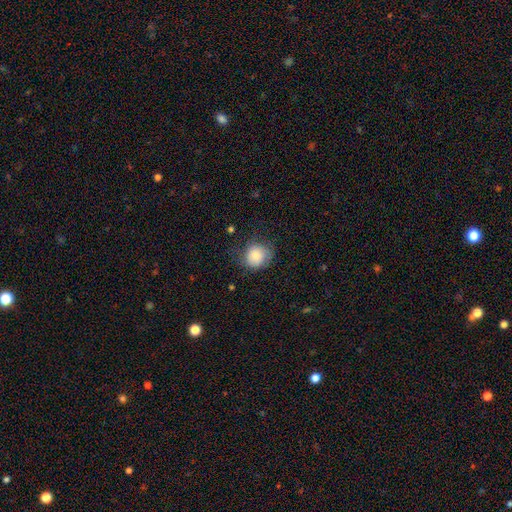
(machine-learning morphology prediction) A smooth galaxy with no disk features (80%) that is round (79%). Merging: none (62%).